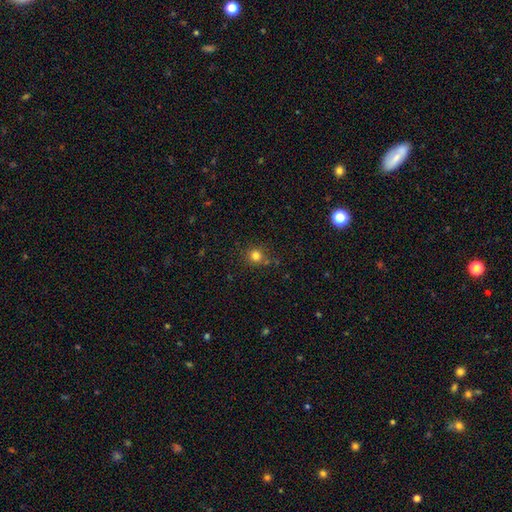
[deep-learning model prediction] This appears to be a smooth galaxy with no disk features (79%) that is round (91%). Merging: none (80%).